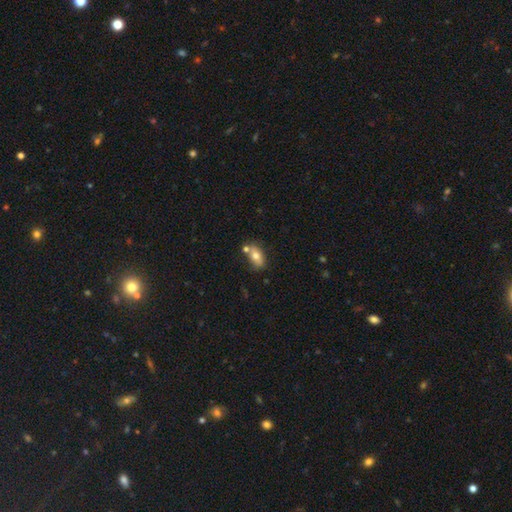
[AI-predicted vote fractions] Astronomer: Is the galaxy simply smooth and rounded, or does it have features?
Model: smooth — 69%.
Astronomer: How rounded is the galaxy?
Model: in between — 85%.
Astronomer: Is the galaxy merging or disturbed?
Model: none — 56%.